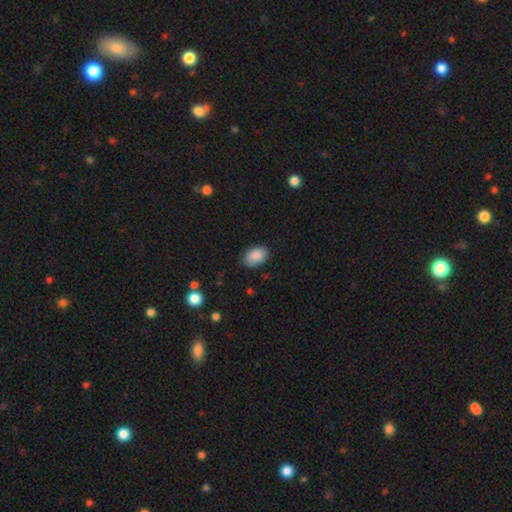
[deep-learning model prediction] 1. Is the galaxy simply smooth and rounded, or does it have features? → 88% smooth, 7% star or artifact, 5% featured or disk.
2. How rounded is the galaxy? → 87% in between, 12% round, 1% cigar-shaped.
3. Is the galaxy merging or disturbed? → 81% none, 15% minor disturbance, 3% major disturbance, 1% merger.